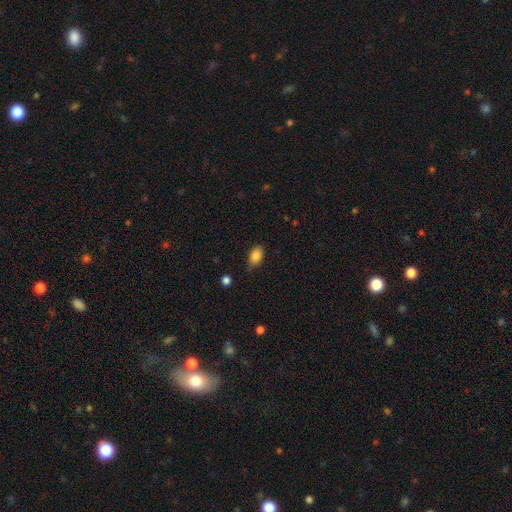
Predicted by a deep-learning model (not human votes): smooth-or-featured: smooth: 86% | star or artifact: 8% | featured or disk: 6%
  how-rounded: in between: 88% | round: 10% | cigar-shaped: 2%
  merging: none: 75% | minor disturbance: 20% | major disturbance: 3% | merger: 2%